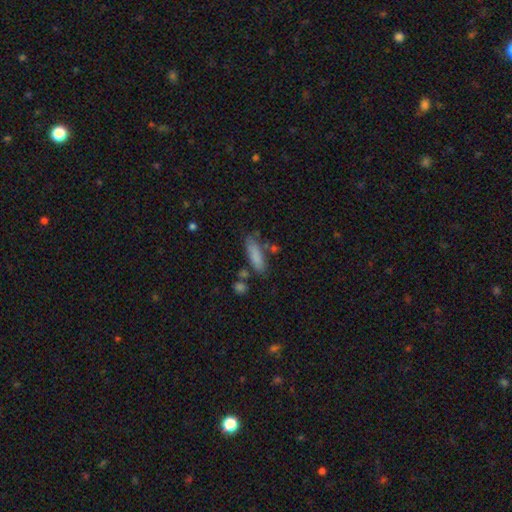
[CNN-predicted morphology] smooth-or-featured: smooth: 83% | featured or disk: 10% | star or artifact: 7%
  how-rounded: cigar-shaped: 50% | in between: 48% | round: 2%
  merging: none: 69% | minor disturbance: 18% | merger: 8% | major disturbance: 5%